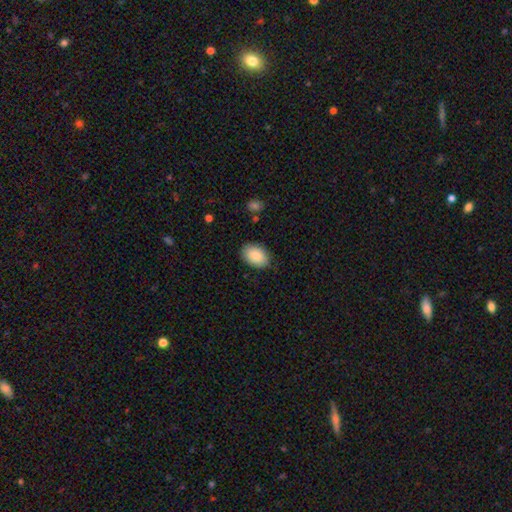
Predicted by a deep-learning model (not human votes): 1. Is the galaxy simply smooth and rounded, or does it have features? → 87% smooth, 7% star or artifact, 7% featured or disk.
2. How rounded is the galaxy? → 87% in between, 12% round, 1% cigar-shaped.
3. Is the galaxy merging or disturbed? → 84% none, 12% minor disturbance, 3% major disturbance, 1% merger.